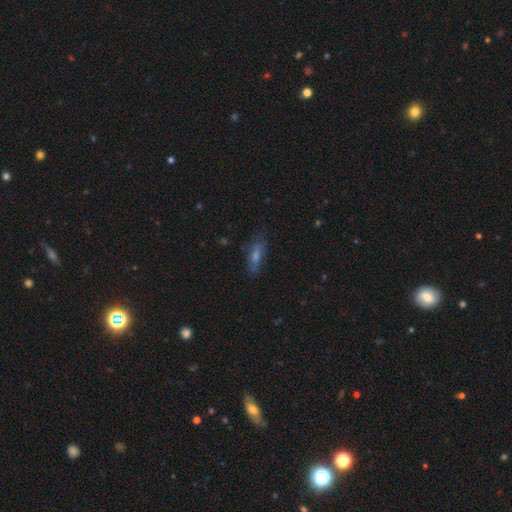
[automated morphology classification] A smooth galaxy with no disk features (44%).

Vote fractions:
- Smooth or featured? smooth: 44% / featured or disk: 37% / star or artifact: 20%
- Merging? none: 73% / minor disturbance: 18% / major disturbance: 7% / merger: 2%